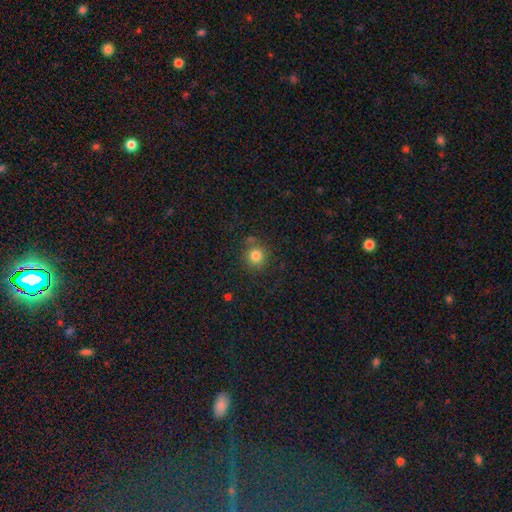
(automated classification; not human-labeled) This is clearly a smooth galaxy (81%). How rounded: clearly round (92%). Merging: clearly none (81%).